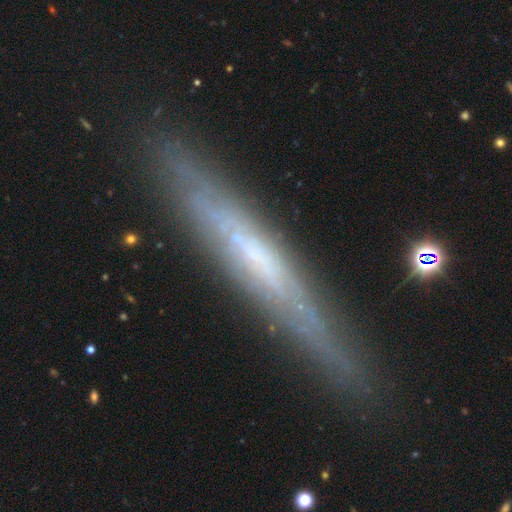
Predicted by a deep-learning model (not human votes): This appears to be a featured or disk galaxy (70%) viewed edge-on (87%) with no central bulge (72%). Merging: none (83%).